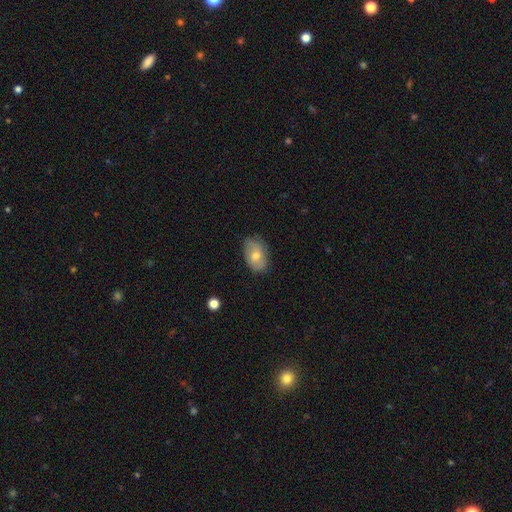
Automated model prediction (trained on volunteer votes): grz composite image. It shows a smooth galaxy with no disk features (62%) that is in between round and cigar-shaped (87%). Merging: none (76%).